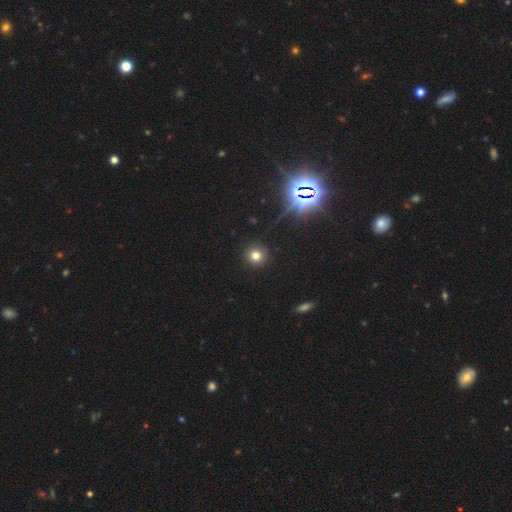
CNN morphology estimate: type=smooth (74%); roundness=round (94%); merging=none (92%).